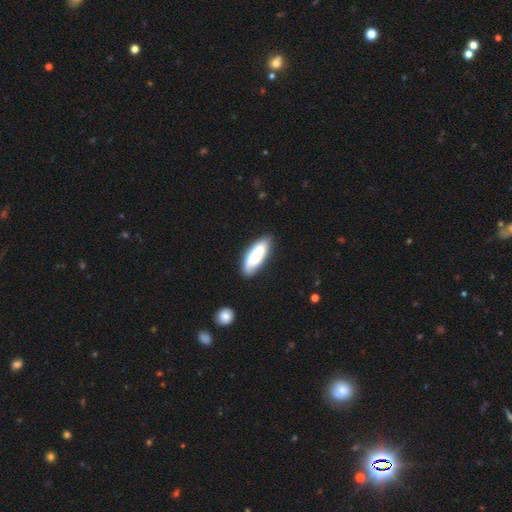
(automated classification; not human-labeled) Smooth or featured? Predicted: smooth (p=0.67). How rounded? Predicted: in between (p=0.67). Merging? Predicted: none (p=0.71).